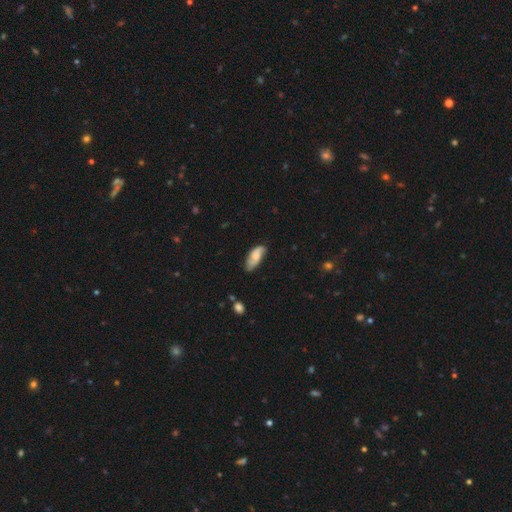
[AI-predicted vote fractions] Q: Smooth or featured?
A: featured or disk (48%); runner-up: smooth (45%)
Q: Merging?
A: none (69%); runner-up: minor disturbance (23%)